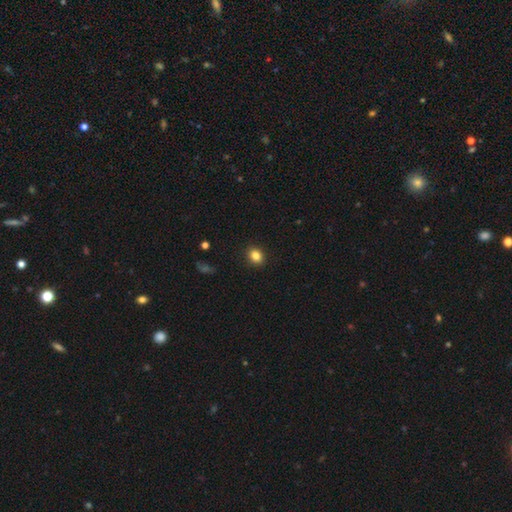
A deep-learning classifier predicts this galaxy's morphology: Overall: smooth (85%). How rounded: round (57%; in between 42%). Merging: none (91%).